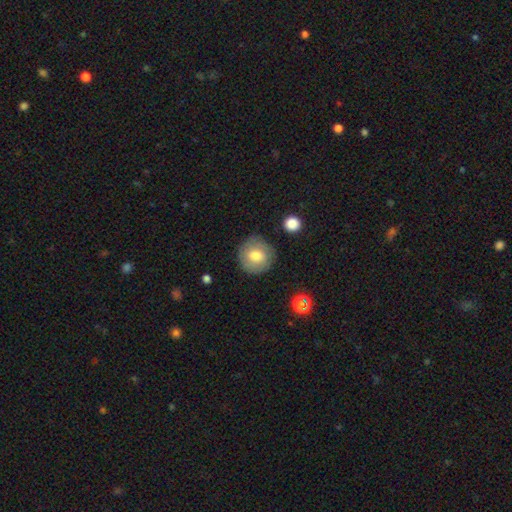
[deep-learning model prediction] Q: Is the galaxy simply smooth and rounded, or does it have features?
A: smooth — 74%.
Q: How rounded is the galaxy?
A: round — 91%.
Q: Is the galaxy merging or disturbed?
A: none — 81%.